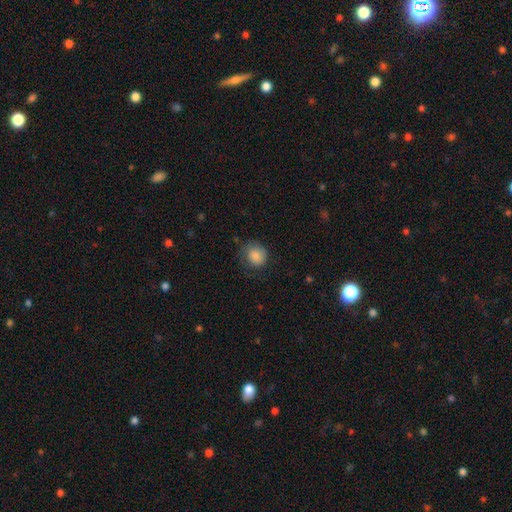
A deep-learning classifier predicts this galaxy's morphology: Overall: smooth (82%). How rounded: round (75%). Merging: none (63%; minor disturbance 24%).